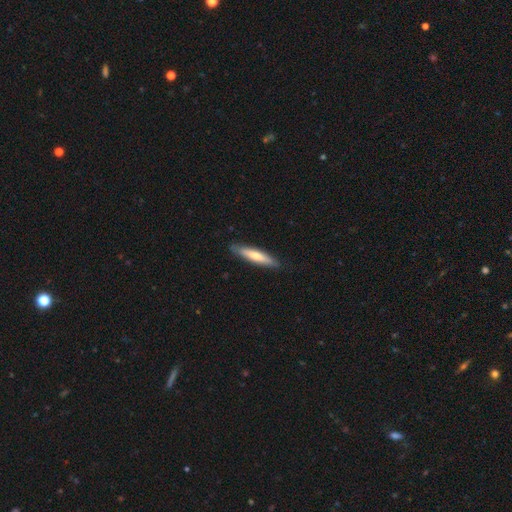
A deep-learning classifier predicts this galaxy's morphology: smooth 65%, featured or disk 31%, star or artifact 5%. Down the decision tree: how rounded — cigar-shaped (85%); merging — none (87%).